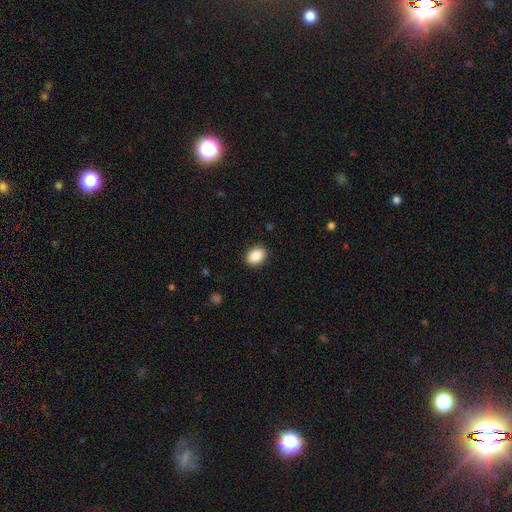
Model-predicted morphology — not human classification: type=smooth (89%); roundness=in between (73%); merging=none (89%).